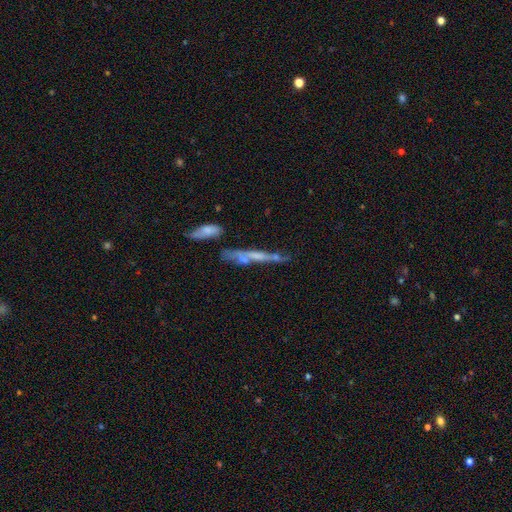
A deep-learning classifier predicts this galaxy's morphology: The model was most divided on "smooth or featured": featured or disk: 53%, smooth: 35%, star or artifact: 11%. Remaining: edge-on disk — yes (73%); merging — none (46%).